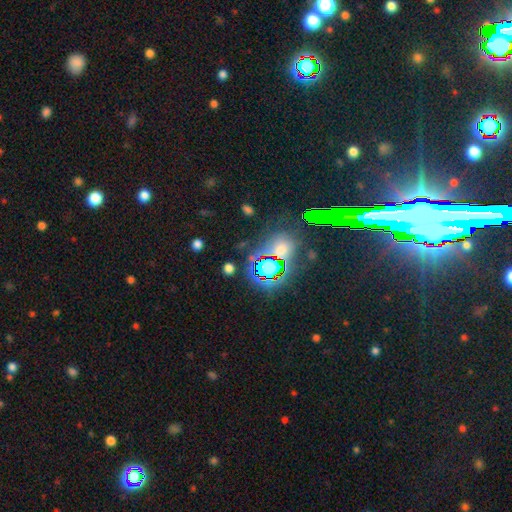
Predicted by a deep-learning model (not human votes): This appears to be a star or artifact, not a galaxy (79%).